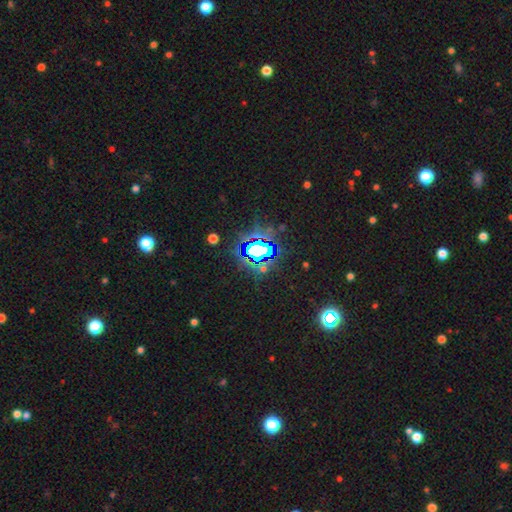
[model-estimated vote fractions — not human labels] This appears to be a star or artifact, not a galaxy (75%).